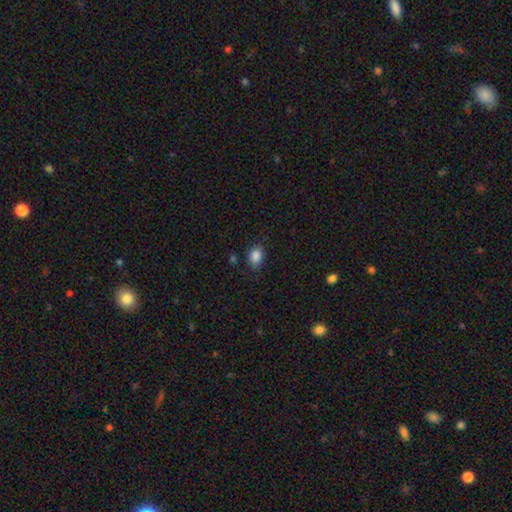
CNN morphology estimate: smooth-or-featured: smooth: 86% | star or artifact: 10% | featured or disk: 4%
  how-rounded: in between: 69% | round: 29% | cigar-shaped: 1%
  merging: none: 78% | minor disturbance: 16% | major disturbance: 4% | merger: 2%